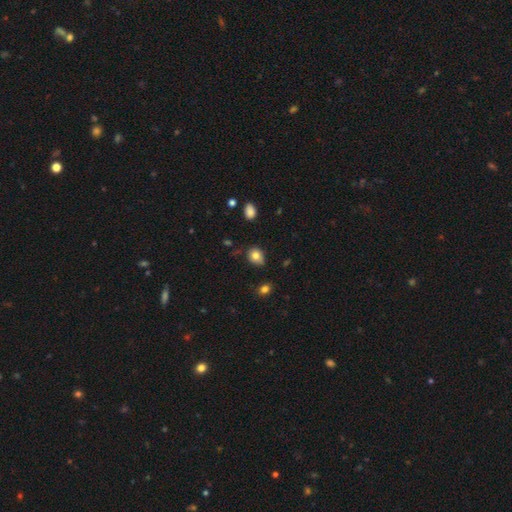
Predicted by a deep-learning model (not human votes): Overall: smooth (81%). How rounded: round (53%; in between 46%). Merging: none (72%).